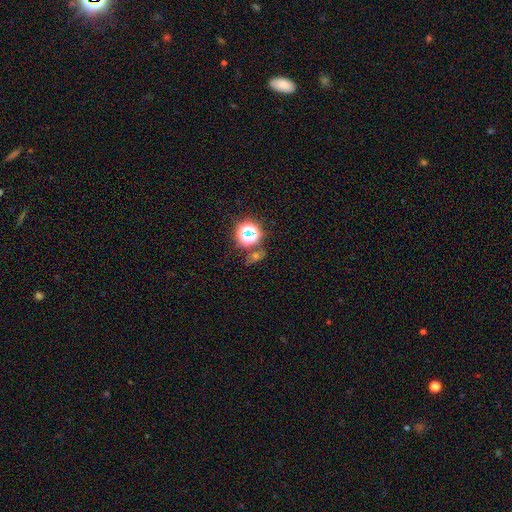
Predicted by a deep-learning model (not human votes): This appears to be a star or artifact, not a galaxy (54%).